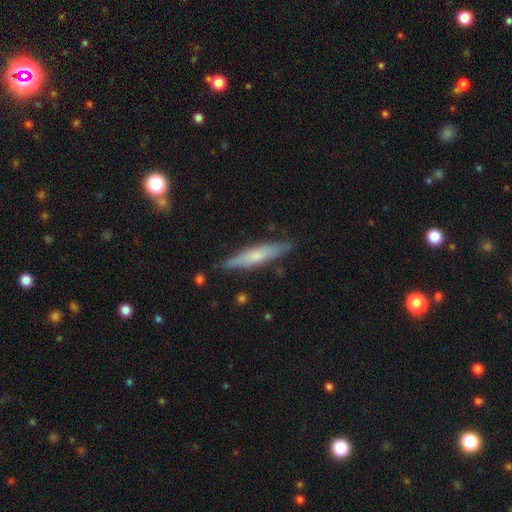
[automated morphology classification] smooth-or-featured: smooth: 51% | featured or disk: 43% | star or artifact: 6%
  how-rounded: cigar-shaped: 87% | in between: 11% | round: 1%
  merging: none: 84% | minor disturbance: 12% | major disturbance: 2% | merger: 2%